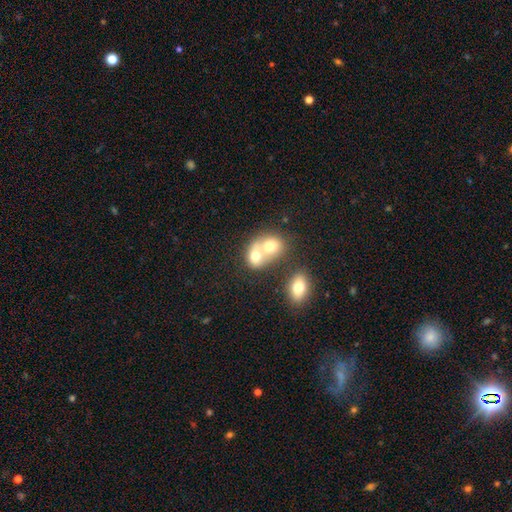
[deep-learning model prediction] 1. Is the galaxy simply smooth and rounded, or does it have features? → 68% smooth, 22% featured or disk, 10% star or artifact.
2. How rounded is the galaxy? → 53% round, 46% in between, 1% cigar-shaped.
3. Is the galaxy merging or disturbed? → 73% merger, 18% none, 5% minor disturbance, 3% major disturbance.